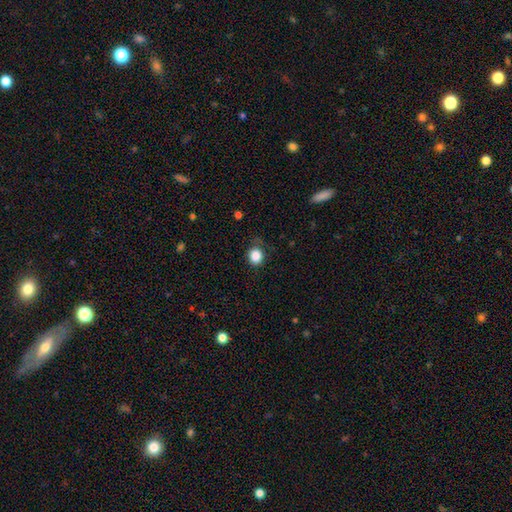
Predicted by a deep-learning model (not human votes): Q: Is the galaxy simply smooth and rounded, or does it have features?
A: smooth — 86%.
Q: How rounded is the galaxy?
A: round — 73%.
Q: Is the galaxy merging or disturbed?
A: none — 72%.